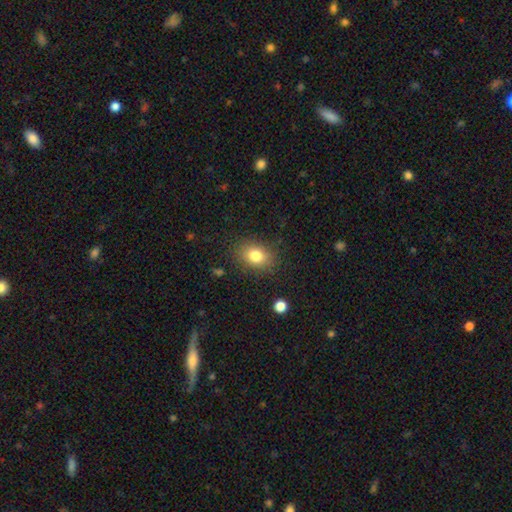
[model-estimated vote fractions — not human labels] Smooth or featured? smooth (81%)
How rounded? in between (68%)
Merging? none (84%)